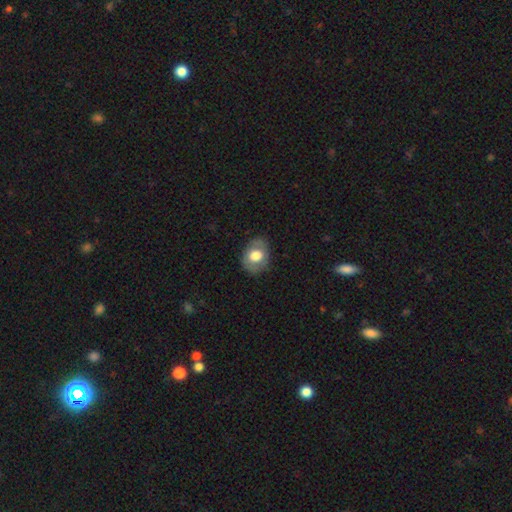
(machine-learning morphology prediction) Smooth or featured?
  - smooth: 67% *
  - featured or disk: 26%
  - star or artifact: 8%
How rounded?
  - in between: 60% *
  - round: 39%
  - cigar-shaped: 1%
Merging?
  - none: 77% *
  - minor disturbance: 17%
  - major disturbance: 5%
  - merger: 1%